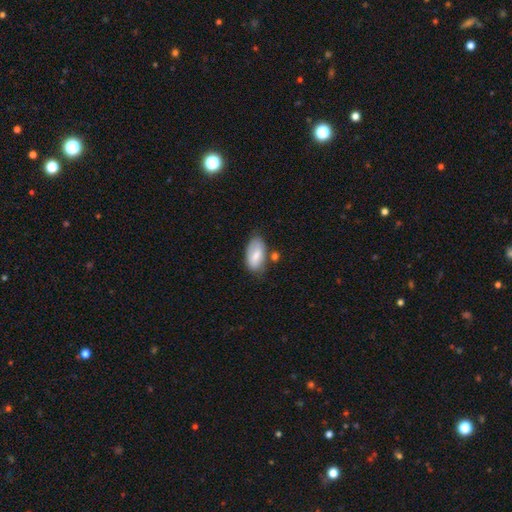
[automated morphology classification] Smooth or featured: smooth — 72% (featured or disk — 22%)
How rounded: in between — 93% (round — 4%)
Merging: none — 58% (minor disturbance — 26%)